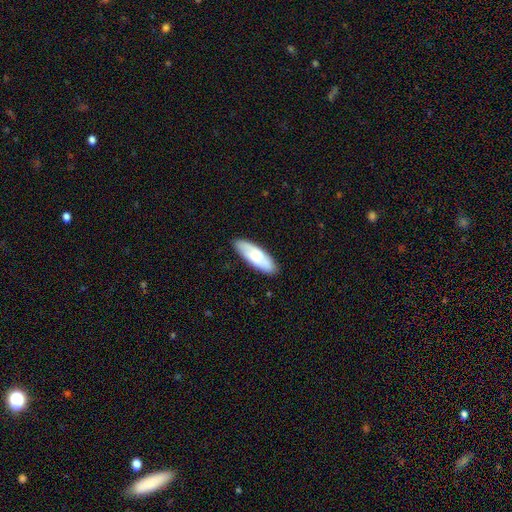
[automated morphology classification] smooth-or-featured: smooth: 70% | featured or disk: 25% | star or artifact: 5%
  how-rounded: in between: 59% | cigar-shaped: 39% | round: 2%
  merging: none: 85% | minor disturbance: 11% | major disturbance: 2% | merger: 1%